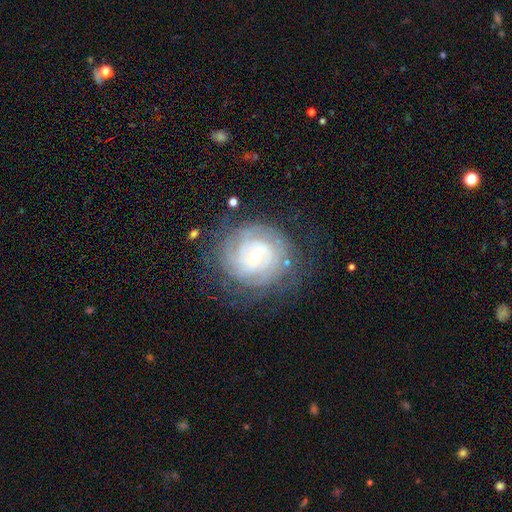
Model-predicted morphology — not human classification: Smooth or featured? Predicted: featured or disk (p=0.80). Edge-on disk? Predicted: no (p=0.97). Bar? Predicted: weak (p=0.44). Spiral arms? Predicted: yes (p=0.89). Spiral winding? Predicted: tight (p=0.79). Spiral arm count? Predicted: can't tell (p=0.50). Bulge size? Predicted: moderate (p=0.48, tied with small). Merging? Predicted: none (p=0.75).